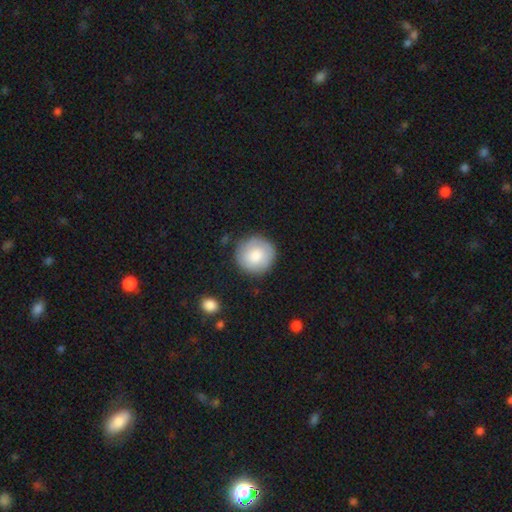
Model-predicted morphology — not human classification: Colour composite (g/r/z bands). It shows a smooth galaxy with no disk features (77%) that is round (94%). Merging: none (84%).